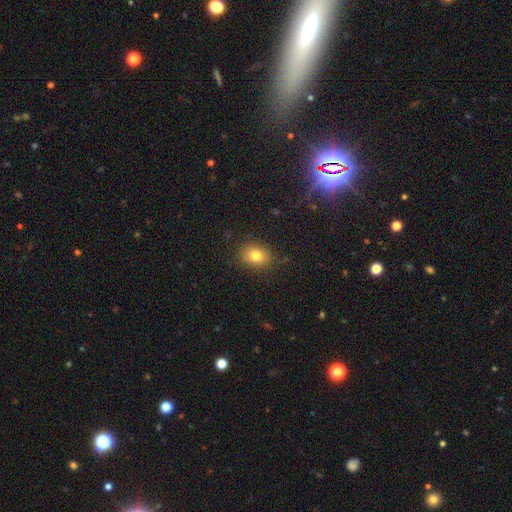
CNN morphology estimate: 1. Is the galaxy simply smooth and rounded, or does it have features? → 80% smooth, 11% star or artifact, 9% featured or disk.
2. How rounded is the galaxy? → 53% in between, 46% round, 1% cigar-shaped.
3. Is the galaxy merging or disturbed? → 85% none, 10% minor disturbance, 3% major disturbance, 1% merger.